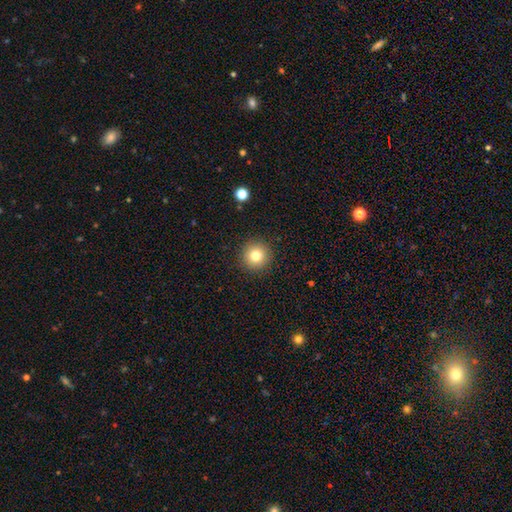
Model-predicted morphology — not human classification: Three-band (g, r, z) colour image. It shows a smooth galaxy with no disk features (80%) that is round (95%). Merging: none (91%).